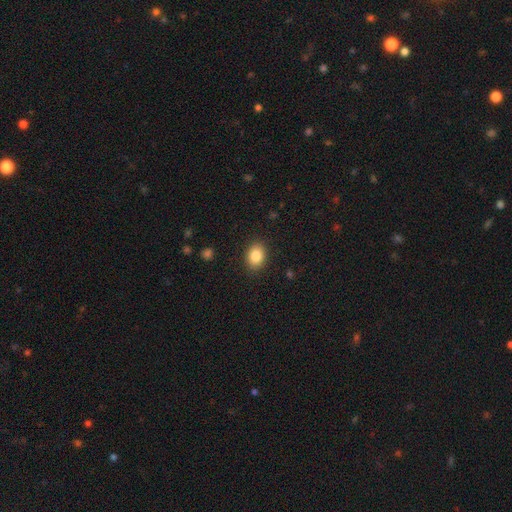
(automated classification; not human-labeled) smooth-or-featured: smooth: 85% | star or artifact: 9% | featured or disk: 7%
  how-rounded: in between: 68% | round: 31% | cigar-shaped: 1%
  merging: none: 89% | minor disturbance: 8% | major disturbance: 2% | merger: 1%